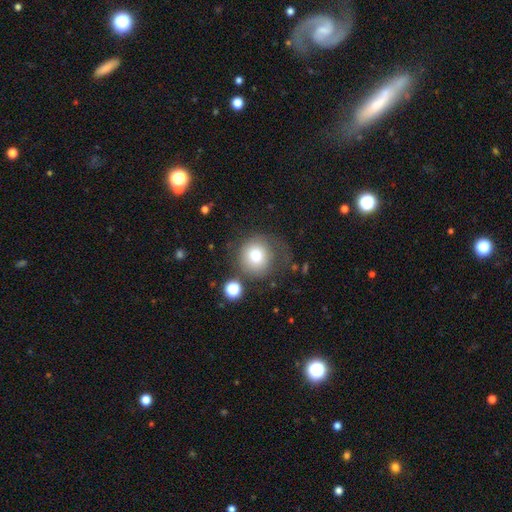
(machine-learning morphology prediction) smooth-or-featured: smooth: 72% | featured or disk: 16% | star or artifact: 12%
  how-rounded: round: 92% | in between: 7% | cigar-shaped: 1%
  merging: none: 60% | minor disturbance: 18% | major disturbance: 16% | merger: 6%